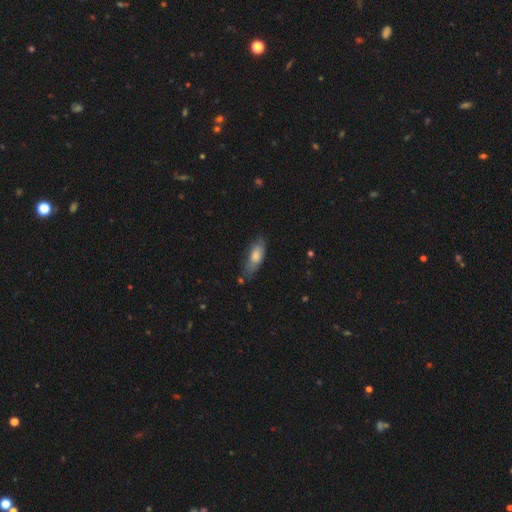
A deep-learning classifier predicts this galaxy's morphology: Smooth or featured?
  - smooth: 72% *
  - featured or disk: 21%
  - star or artifact: 6%
How rounded?
  - in between: 74% *
  - cigar-shaped: 24%
  - round: 2%
Merging?
  - none: 57% *
  - minor disturbance: 31%
  - major disturbance: 9%
  - merger: 3%